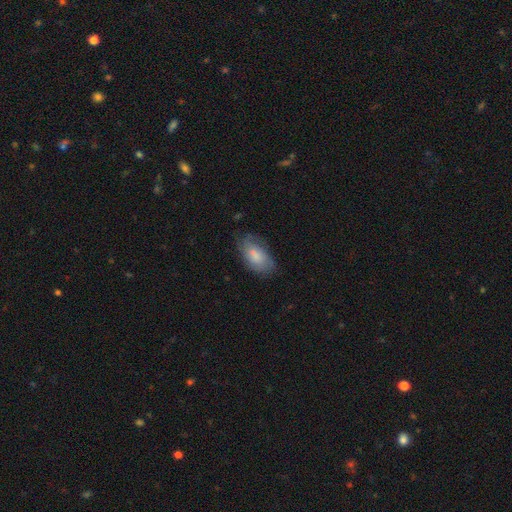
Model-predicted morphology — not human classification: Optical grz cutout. It shows a smooth galaxy with no disk features (67%) that is in between round and cigar-shaped (93%). Merging: none (65%).